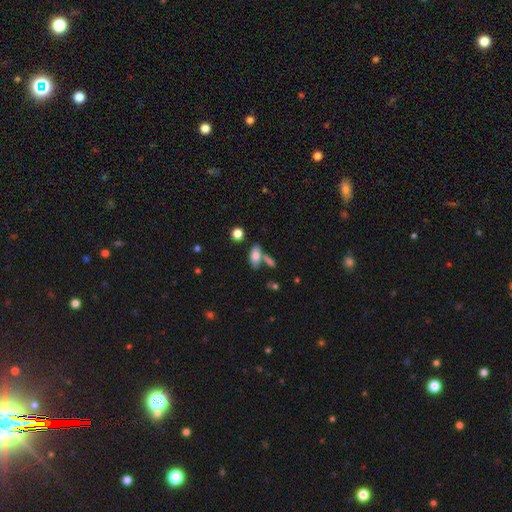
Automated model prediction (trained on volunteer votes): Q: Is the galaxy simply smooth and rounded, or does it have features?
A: smooth — 76%.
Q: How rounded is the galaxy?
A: in between — 81%.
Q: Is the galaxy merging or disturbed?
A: none — 56%.